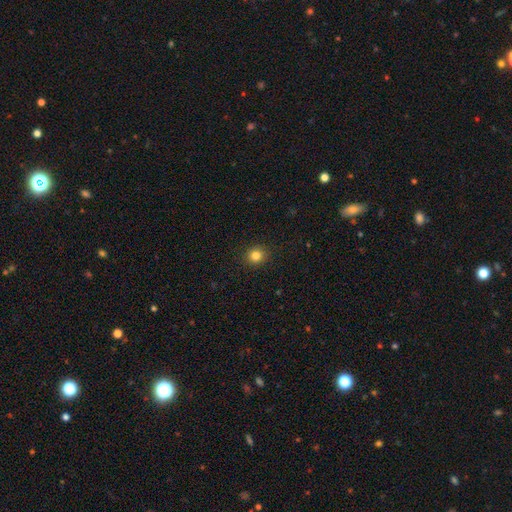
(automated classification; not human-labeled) This is clearly a smooth galaxy (83%). How rounded: clearly round (87%). Merging: clearly none (91%).